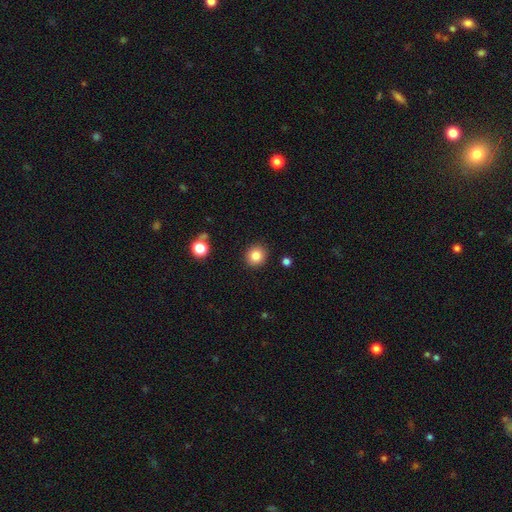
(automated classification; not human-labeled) Morphology: type=smooth (84%); roundness=round (86%); merging=none (90%).